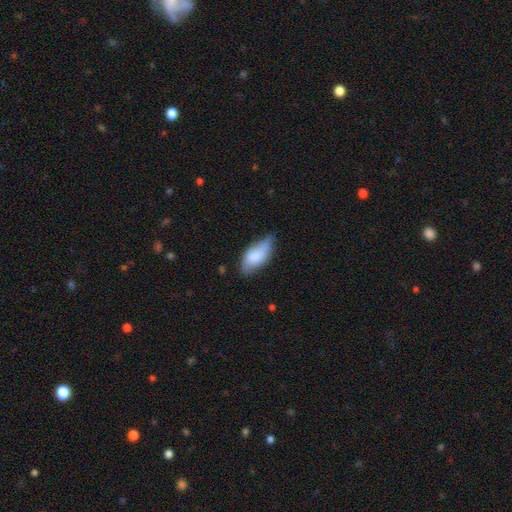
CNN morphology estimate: smooth 78%, featured or disk 16%, star or artifact 6%. Down the decision tree: how rounded — in between (88%); merging — none (48%).